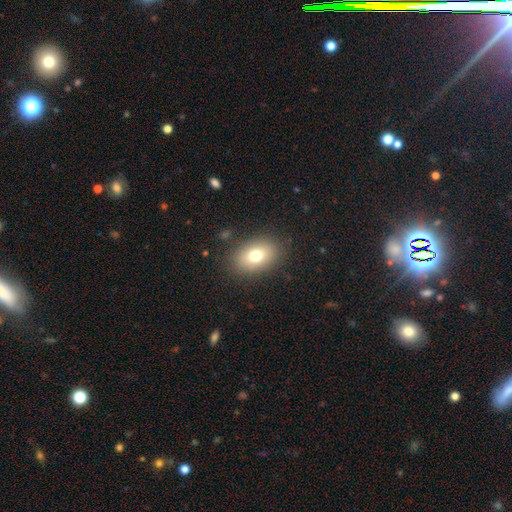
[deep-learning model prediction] Overall: smooth (76%). How rounded: in between (83%). Merging: none (85%).